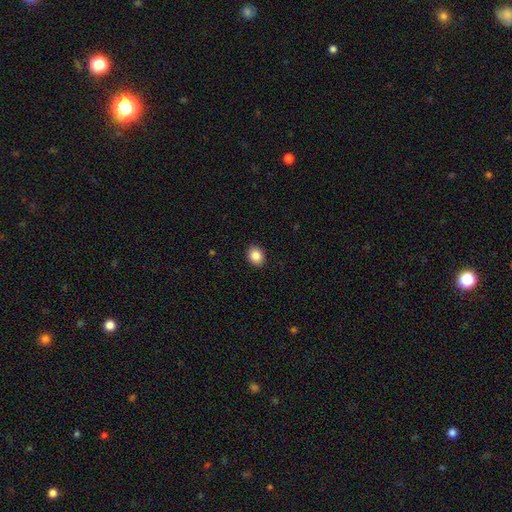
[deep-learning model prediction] Overall: smooth (87%). How rounded: round (52%; in between 48%). Merging: none (90%).